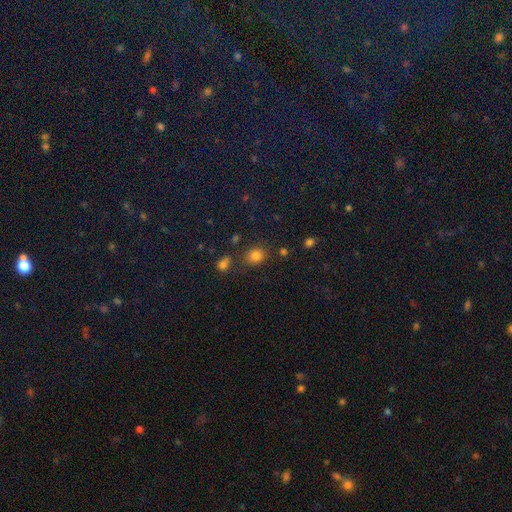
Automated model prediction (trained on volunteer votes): smooth-or-featured: smooth: 80% | star or artifact: 14% | featured or disk: 6%
  how-rounded: round: 60% | in between: 39% | cigar-shaped: 1%
  merging: none: 75% | minor disturbance: 13% | merger: 8% | major disturbance: 5%